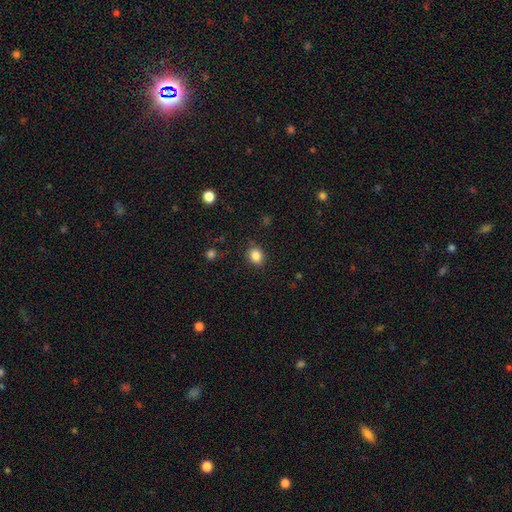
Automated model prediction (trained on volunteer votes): Morphology: type=smooth (85%); roundness=round (65%); merging=none (85%).